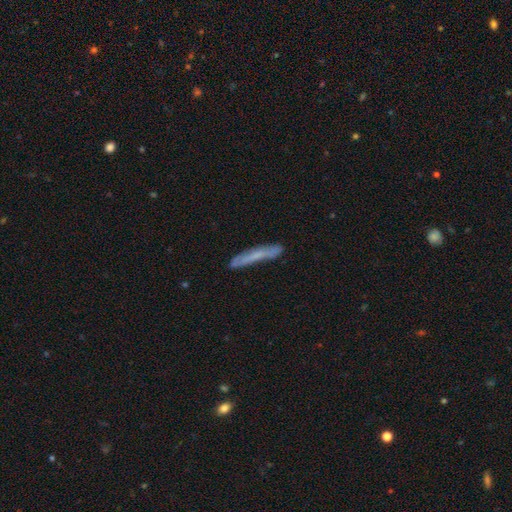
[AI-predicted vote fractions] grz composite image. It shows a smooth galaxy with no disk features (54%) that is cigar-shaped (95%). Merging: none (80%).